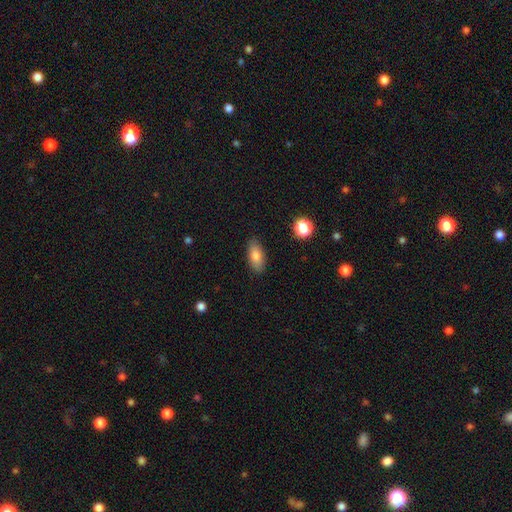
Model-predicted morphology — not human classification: smooth 81%, featured or disk 11%, star or artifact 8%. Down the decision tree: how rounded — in between (86%); merging — none (87%).